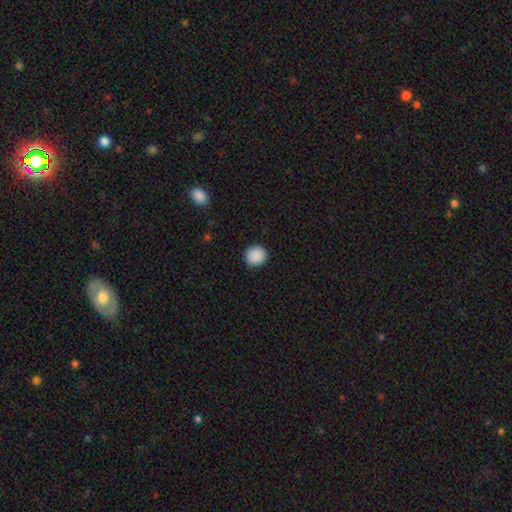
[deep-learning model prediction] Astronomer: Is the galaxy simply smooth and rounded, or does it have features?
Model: smooth — 90%.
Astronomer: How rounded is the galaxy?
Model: round — 90%.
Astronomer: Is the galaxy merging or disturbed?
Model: none — 91%.